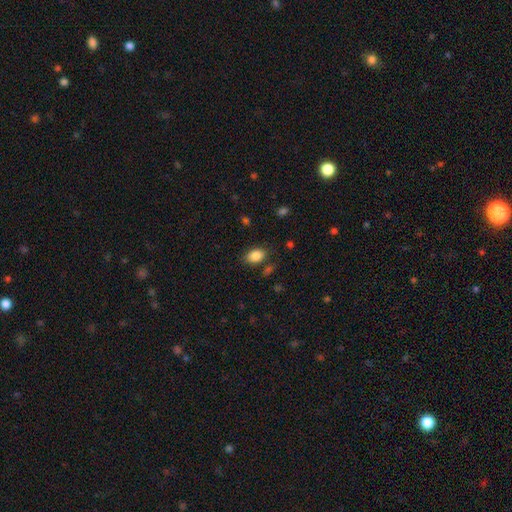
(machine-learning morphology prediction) smooth-or-featured: smooth: 86% | star or artifact: 9% | featured or disk: 5%
  how-rounded: in between: 82% | round: 17% | cigar-shaped: 1%
  merging: none: 78% | minor disturbance: 15% | major disturbance: 4% | merger: 3%